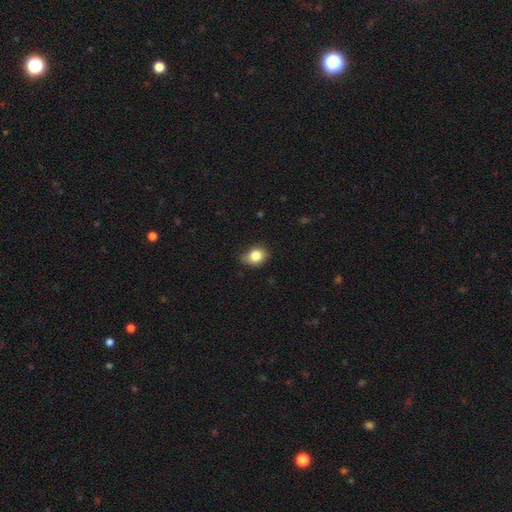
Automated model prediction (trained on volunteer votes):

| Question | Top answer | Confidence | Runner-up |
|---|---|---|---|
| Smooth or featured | smooth | 82% | star or artifact (10%) |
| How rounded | in between | 50% | round (49%) |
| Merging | none | 68% | minor disturbance (26%) |